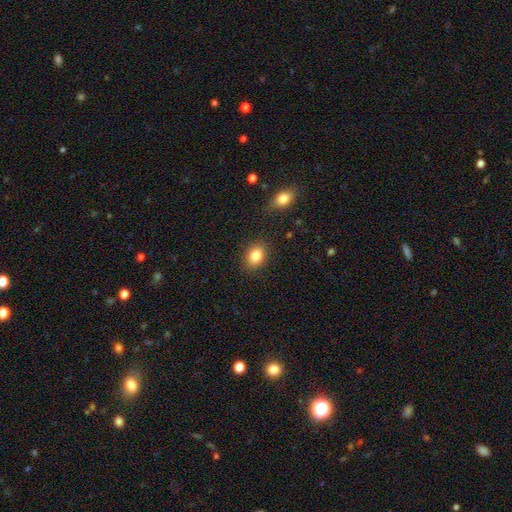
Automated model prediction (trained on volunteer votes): Morphology: type=smooth (84%); roundness=in between (63%); merging=none (85%).